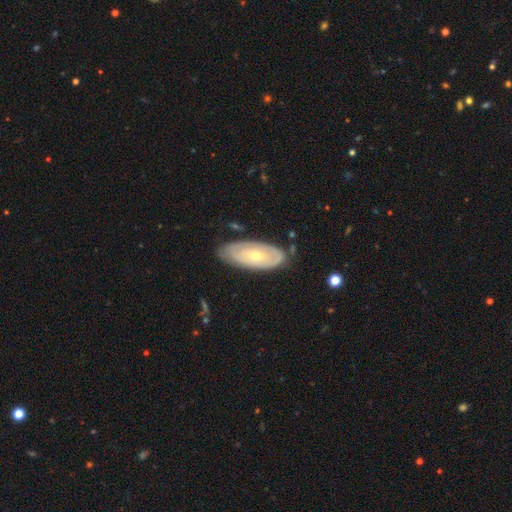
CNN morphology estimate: Q: Smooth or featured?
A: featured or disk (63%); runner-up: smooth (31%)
Q: Edge-on disk?
A: no (86%); runner-up: yes (14%)
Q: Bar?
A: no (79%); runner-up: weak (16%)
Q: Spiral arms?
A: yes (55%); runner-up: no (45%)
Q: Bulge size?
A: small (49%); runner-up: moderate (48%)
Q: Merging?
A: none (74%); runner-up: minor disturbance (19%)